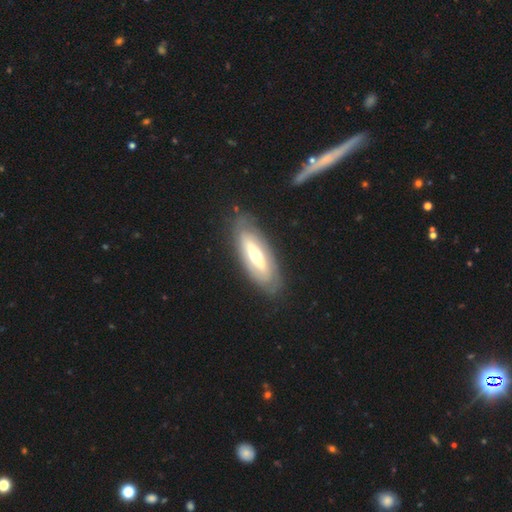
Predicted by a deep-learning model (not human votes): This appears to be a featured or disk galaxy (62%). Merging: none (81%).